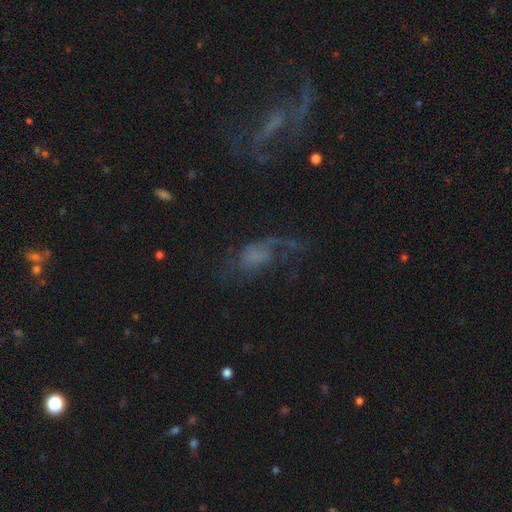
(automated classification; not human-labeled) Overall: featured or disk (57%; smooth 28%). Edge-on disk: no (95%). Bar: no (71%). Spiral arms: yes (72%). Bulge size: none (51%; small 23%). Merging: major disturbance (42%; none 36%).